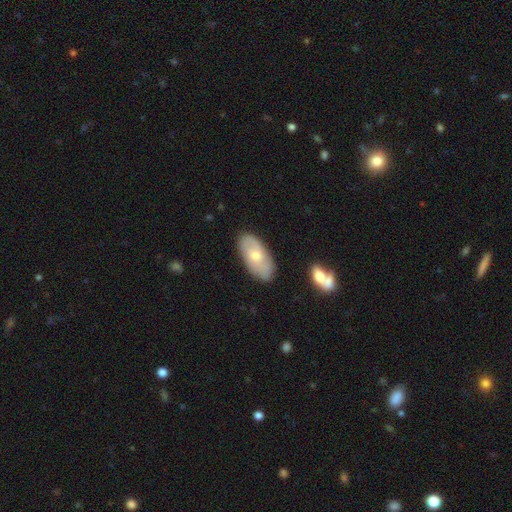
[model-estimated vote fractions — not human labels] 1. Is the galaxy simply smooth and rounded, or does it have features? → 50% smooth, 45% featured or disk, 6% star or artifact.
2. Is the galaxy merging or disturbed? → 79% none, 15% minor disturbance, 3% major disturbance, 2% merger.